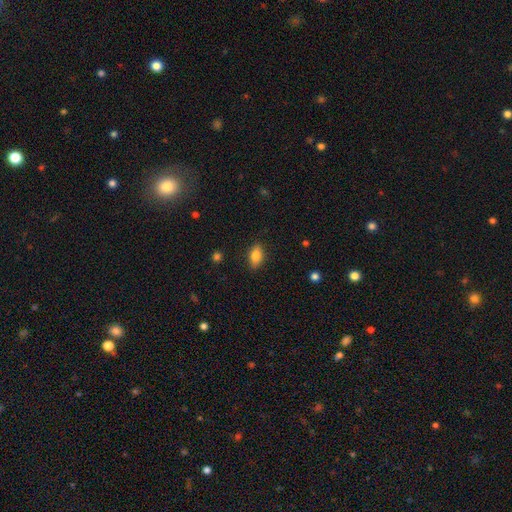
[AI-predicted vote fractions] smooth_or_featured: smooth (p=0.82) [alt: featured or disk p=0.10]
how_rounded: in between (p=0.87) [alt: round p=0.08]
merging: none (p=0.87) [alt: minor disturbance p=0.10]